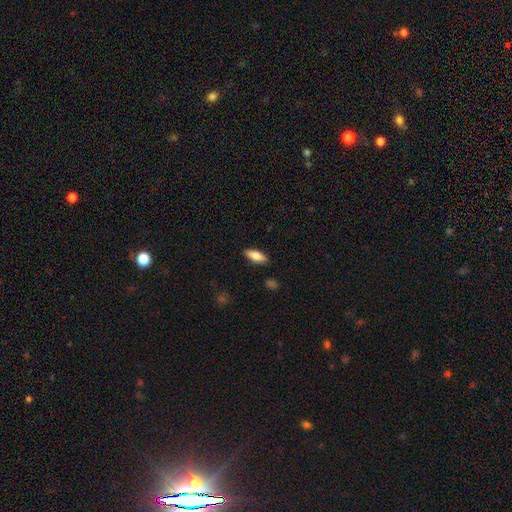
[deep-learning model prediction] This appears to be a smooth galaxy with no disk features (76%) that is in between round and cigar-shaped (73%). Merging: none (87%).